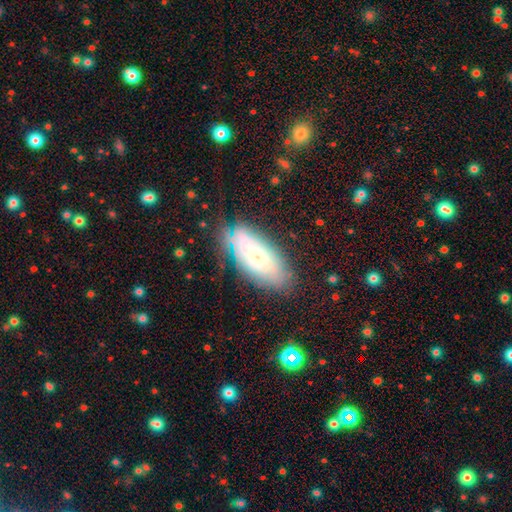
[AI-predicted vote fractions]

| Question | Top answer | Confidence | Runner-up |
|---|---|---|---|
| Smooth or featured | featured or disk | 49% | smooth (41%) |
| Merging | none | 71% | minor disturbance (20%) |